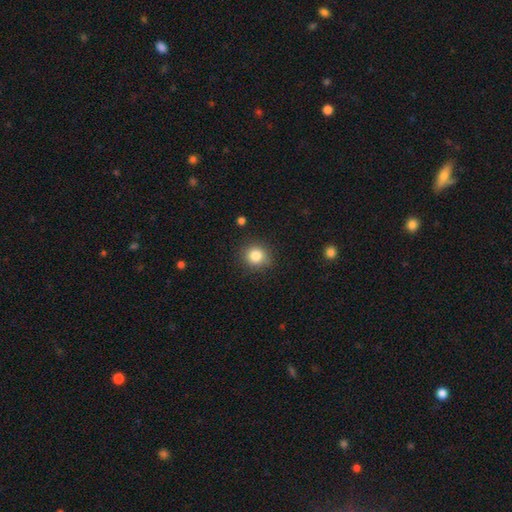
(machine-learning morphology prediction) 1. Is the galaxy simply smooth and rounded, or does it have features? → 84% smooth, 11% star or artifact, 5% featured or disk.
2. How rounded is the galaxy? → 87% round, 12% in between, 1% cigar-shaped.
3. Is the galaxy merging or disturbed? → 86% none, 10% minor disturbance, 3% major disturbance, 2% merger.